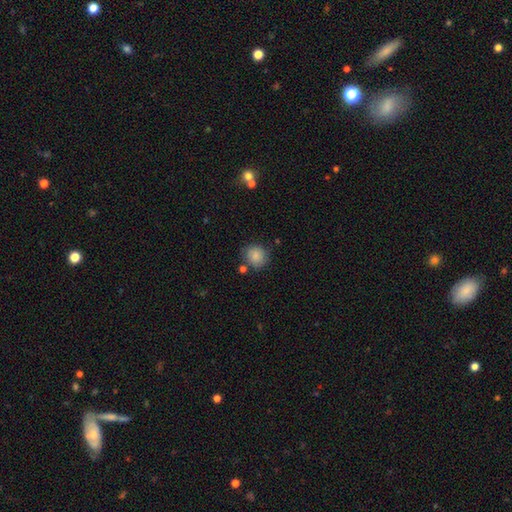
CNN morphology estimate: Smooth or featured? Predicted: smooth (p=0.85). How rounded? Predicted: round (p=0.87). Merging? Predicted: none (p=0.77).